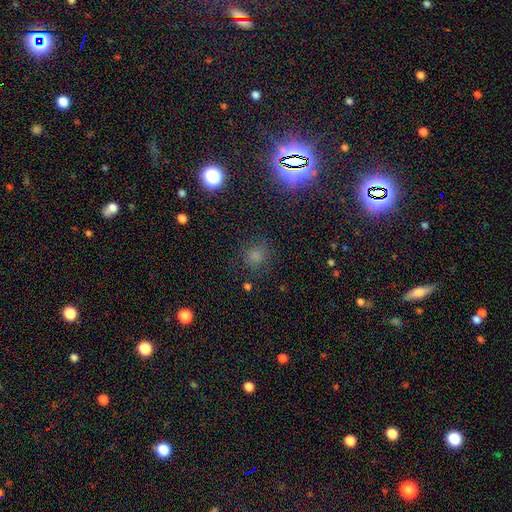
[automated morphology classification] smooth 68%, star or artifact 25%, featured or disk 7%. Down the decision tree: how rounded — round (83%); merging — none (76%).